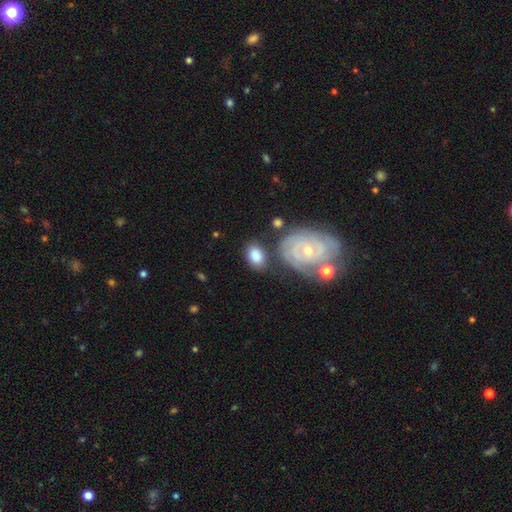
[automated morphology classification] Smooth or featured?
  - smooth: 69% *
  - featured or disk: 24%
  - star or artifact: 7%
How rounded?
  - in between: 76% *
  - round: 22%
  - cigar-shaped: 1%
Merging?
  - none: 58% *
  - minor disturbance: 21%
  - merger: 13%
  - major disturbance: 8%